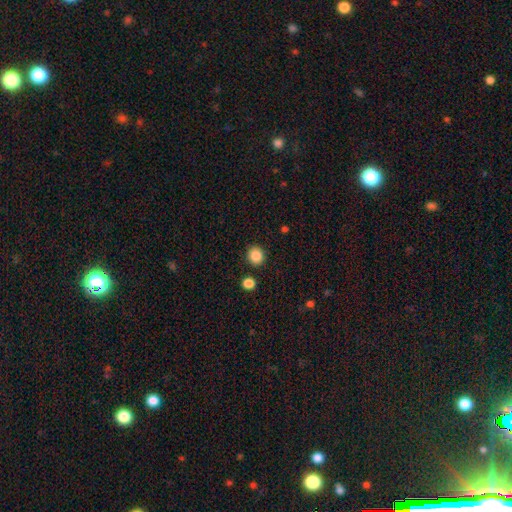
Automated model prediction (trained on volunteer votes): Smooth or featured? Predicted: smooth (p=0.87). How rounded? Predicted: round (p=0.84). Merging? Predicted: none (p=0.88).